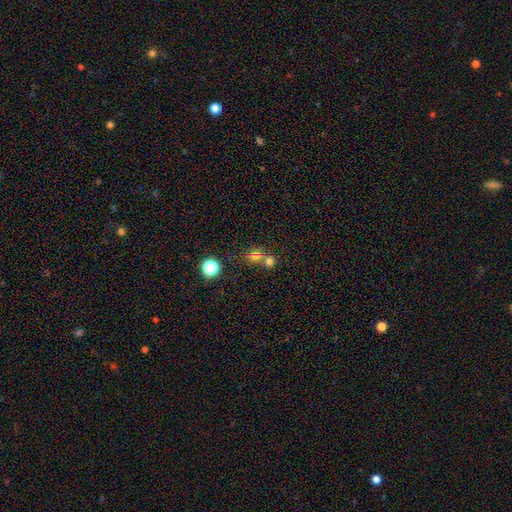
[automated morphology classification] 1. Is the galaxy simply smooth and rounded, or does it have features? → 70% smooth, 20% star or artifact, 10% featured or disk.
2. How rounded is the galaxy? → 80% round, 19% in between, 1% cigar-shaped.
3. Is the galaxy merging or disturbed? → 48% none, 42% merger, 7% minor disturbance, 3% major disturbance.